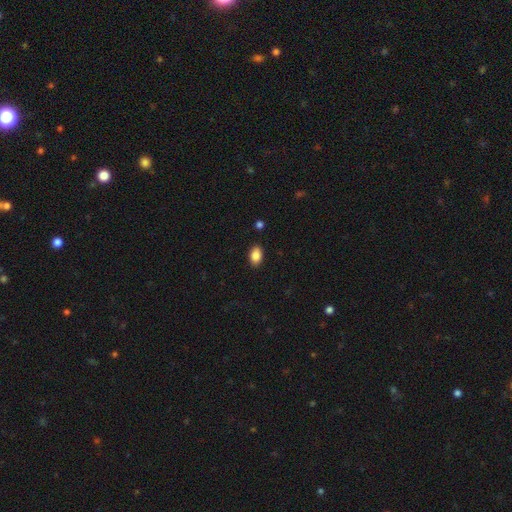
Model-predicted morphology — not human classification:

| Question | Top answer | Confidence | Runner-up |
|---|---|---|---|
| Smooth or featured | smooth | 86% | star or artifact (8%) |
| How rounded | in between | 88% | round (10%) |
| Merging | none | 89% | minor disturbance (8%) |